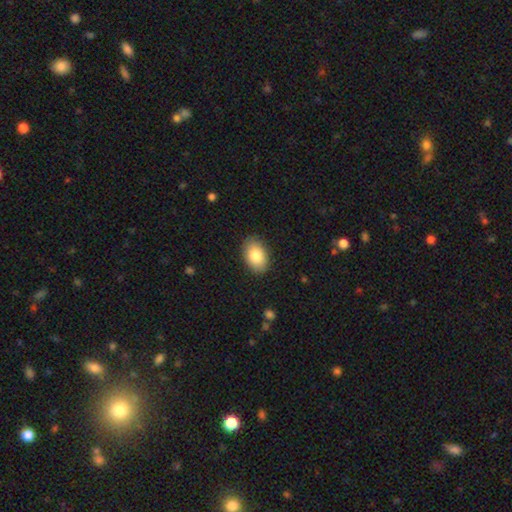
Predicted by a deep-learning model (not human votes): A smooth galaxy with no disk features (83%) that is in between round and cigar-shaped (89%).

Vote fractions:
- Smooth or featured? smooth: 83% / featured or disk: 10% / star or artifact: 7%
- How rounded? in between: 89% / round: 10% / cigar-shaped: 1%
- Merging? none: 88% / minor disturbance: 9% / major disturbance: 2% / merger: 1%